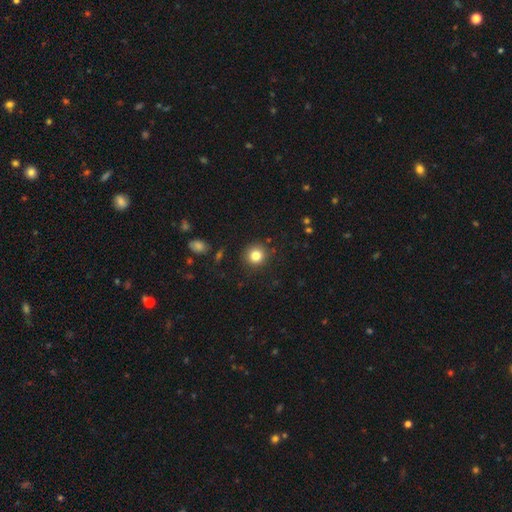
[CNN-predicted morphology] Smooth or featured? Predicted: smooth (p=0.82). How rounded? Predicted: round (p=0.93). Merging? Predicted: none (p=0.90).